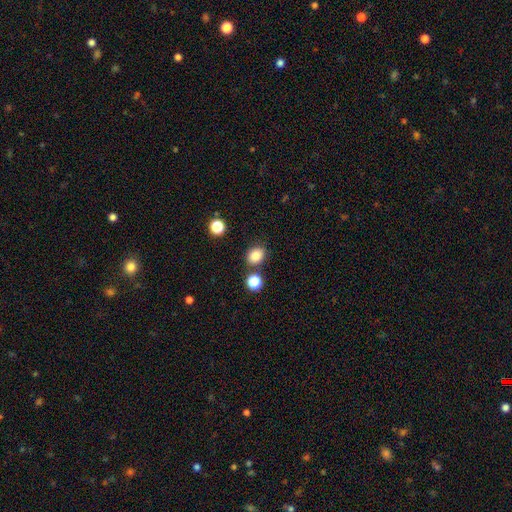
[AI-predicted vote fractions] Morphology: type=smooth (83%); roundness=round (54%); merging=none (78%).